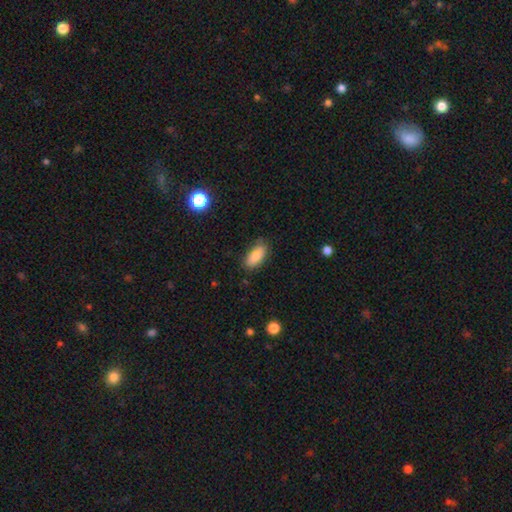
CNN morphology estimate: A smooth galaxy with no disk features (80%) that is in between round and cigar-shaped (90%). Merging: none (73%).